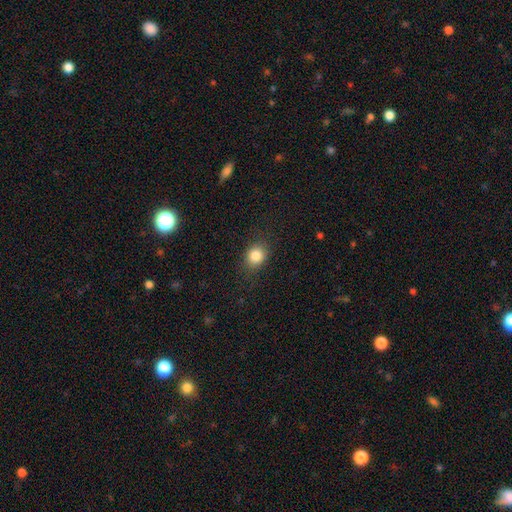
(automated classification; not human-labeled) A smooth galaxy with no disk features (84%) that is round (62%). Merging: none (83%).